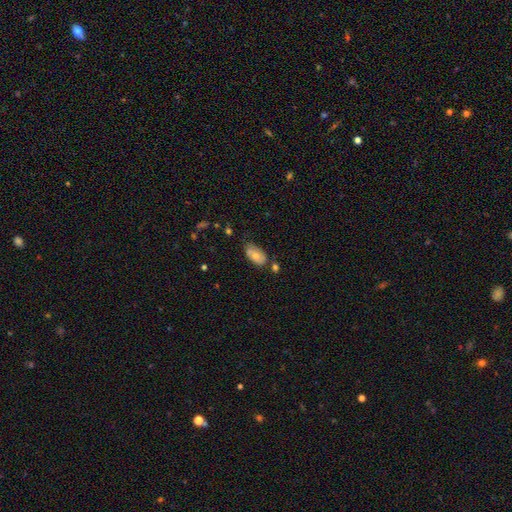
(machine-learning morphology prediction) Q: Smooth or featured?
A: smooth (69%); runner-up: featured or disk (24%)
Q: How rounded?
A: in between (93%); runner-up: round (4%)
Q: Merging?
A: none (59%); runner-up: minor disturbance (26%)